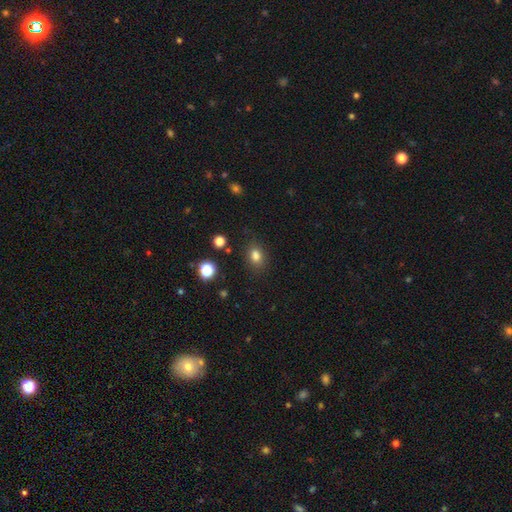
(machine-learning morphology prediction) smooth-or-featured: smooth: 81% | star or artifact: 13% | featured or disk: 6%
  how-rounded: in between: 60% | round: 38% | cigar-shaped: 1%
  merging: none: 81% | minor disturbance: 12% | major disturbance: 4% | merger: 3%